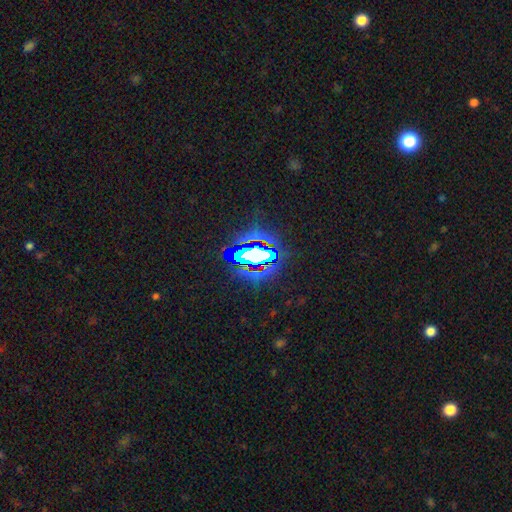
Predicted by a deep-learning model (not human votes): This is likely a star or artifact rather than a galaxy (63%).